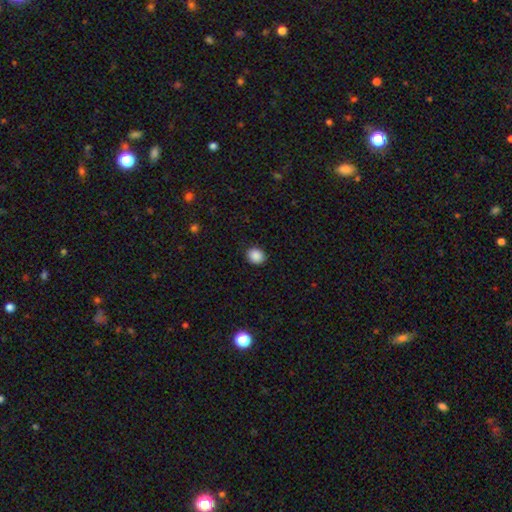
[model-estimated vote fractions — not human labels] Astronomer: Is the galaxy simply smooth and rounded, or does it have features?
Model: smooth — 88%.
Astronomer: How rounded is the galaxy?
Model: round — 70%.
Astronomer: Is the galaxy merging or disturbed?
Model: none — 90%.